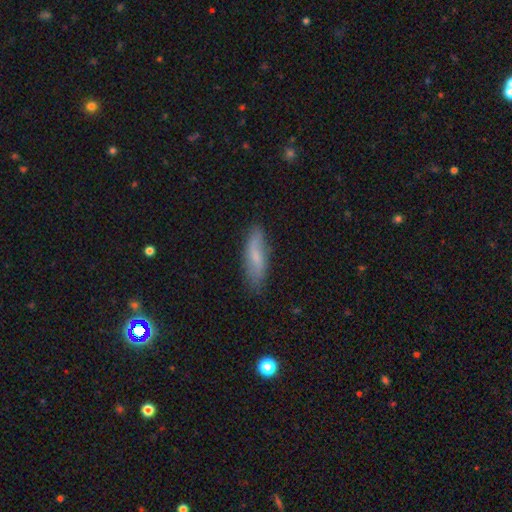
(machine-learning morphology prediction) Smooth or featured? smooth (62%)
How rounded? cigar-shaped (52%)
Merging? none (76%)